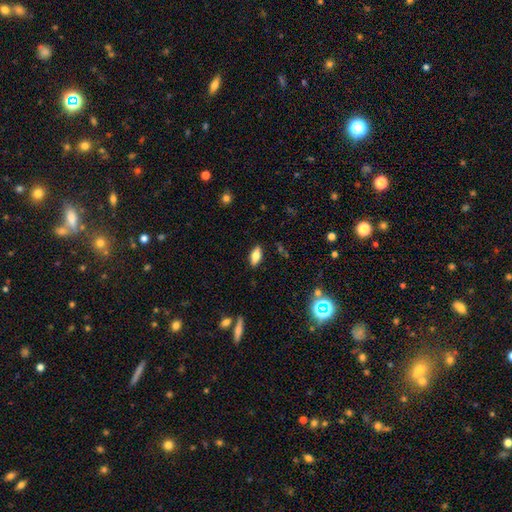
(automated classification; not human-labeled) Smooth or featured?
  - smooth: 72% *
  - featured or disk: 20%
  - star or artifact: 8%
How rounded?
  - in between: 82% *
  - cigar-shaped: 15%
  - round: 3%
Merging?
  - none: 87% *
  - minor disturbance: 9%
  - major disturbance: 2%
  - merger: 1%